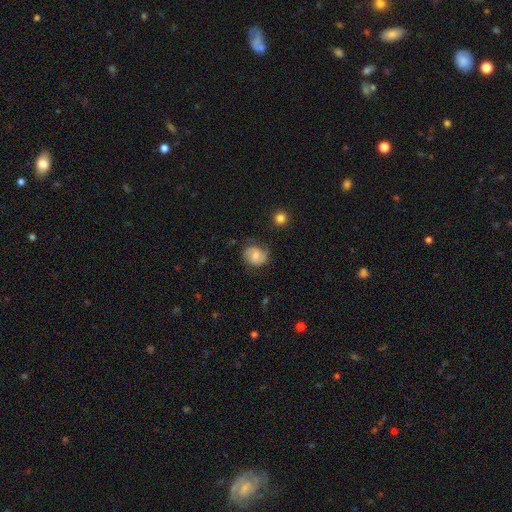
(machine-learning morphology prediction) Smooth or featured? Predicted: featured or disk (p=0.60). Edge-on disk? Predicted: no (p=0.98). Bar? Predicted: weak (p=0.46). Spiral arms? Predicted: yes (p=0.91). Spiral winding? Predicted: medium (p=0.48). Spiral arm count? Predicted: 2 (p=0.85). Bulge size? Predicted: moderate (p=0.47). Merging? Predicted: none (p=0.72).